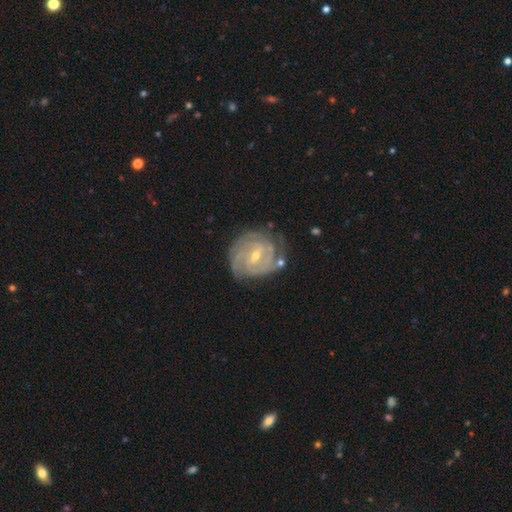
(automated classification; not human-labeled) A featured or disk galaxy (88%) with a weak bar (53%), 3 (28%) tight (73%) spiral arms (97%) and a small central bulge (58%). Merging: none (74%).